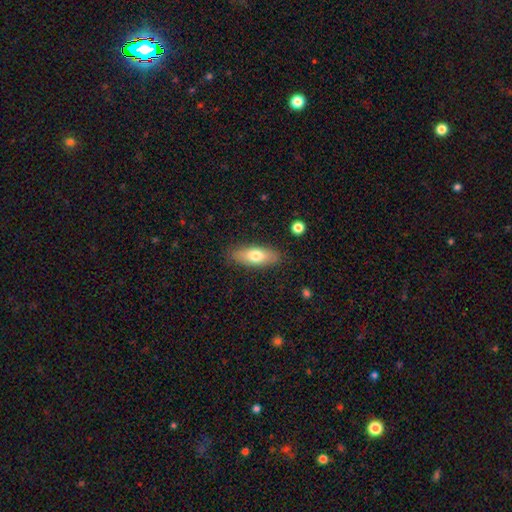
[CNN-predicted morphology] smooth-or-featured: smooth: 71% | featured or disk: 23% | star or artifact: 6%
  how-rounded: in between: 69% | cigar-shaped: 29% | round: 3%
  merging: none: 86% | minor disturbance: 10% | major disturbance: 2% | merger: 1%